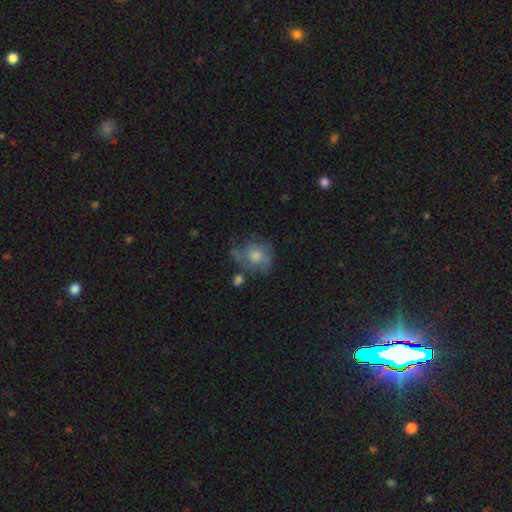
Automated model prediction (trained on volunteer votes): A featured or disk galaxy (51%). Merging: none (51%).